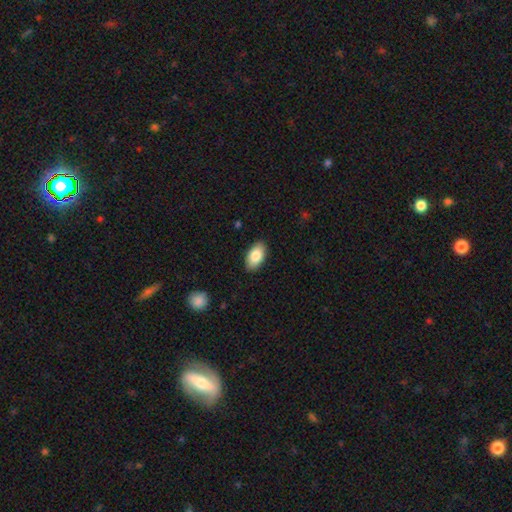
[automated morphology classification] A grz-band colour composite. It shows a smooth galaxy with no disk features (84%) that is in between round and cigar-shaped (94%). Merging: none (88%).